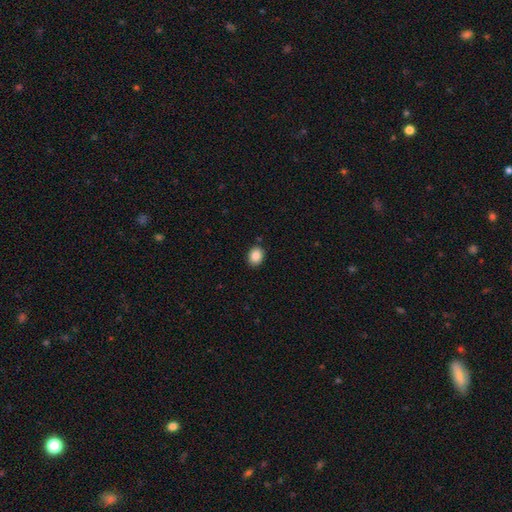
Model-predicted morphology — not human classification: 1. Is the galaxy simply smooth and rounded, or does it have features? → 88% smooth, 8% star or artifact, 4% featured or disk.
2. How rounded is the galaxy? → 56% in between, 43% round, 1% cigar-shaped.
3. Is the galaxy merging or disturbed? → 87% none, 9% minor disturbance, 2% major disturbance, 2% merger.